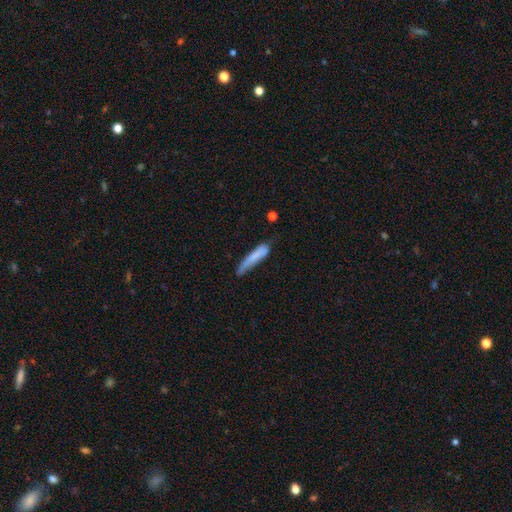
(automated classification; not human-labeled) Smooth or featured? smooth (75%)
How rounded? cigar-shaped (89%)
Merging? none (52%)